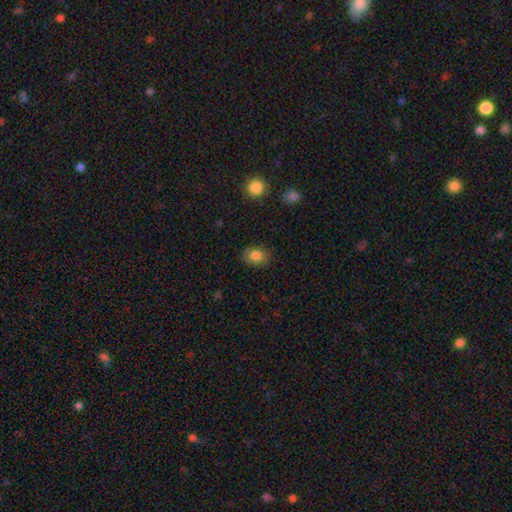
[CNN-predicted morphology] smooth_or_featured: smooth (p=0.83) [alt: star or artifact p=0.09]
how_rounded: in between (p=0.66) [alt: round p=0.33]
merging: none (p=0.86) [alt: minor disturbance p=0.11]